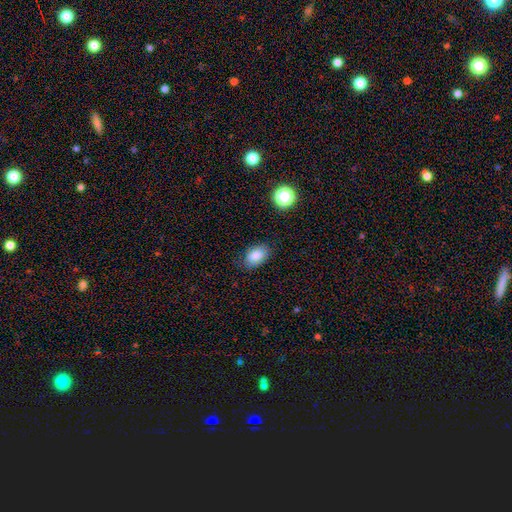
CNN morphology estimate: Overall: smooth (85%). How rounded: in between (90%). Merging: none (82%).